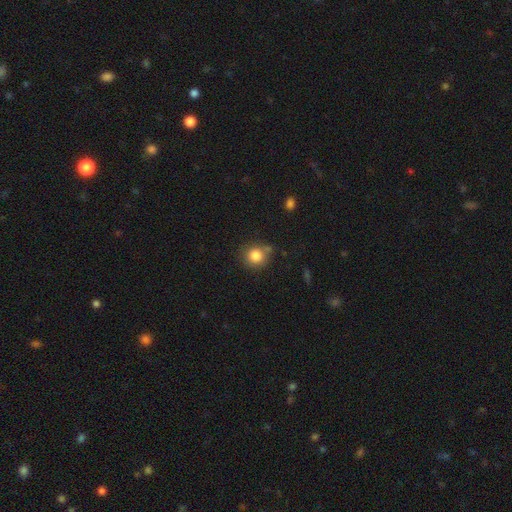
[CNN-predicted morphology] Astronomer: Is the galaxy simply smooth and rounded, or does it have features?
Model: smooth — 84%.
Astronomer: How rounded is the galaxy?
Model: round — 90%.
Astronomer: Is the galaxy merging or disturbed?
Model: none — 74%.